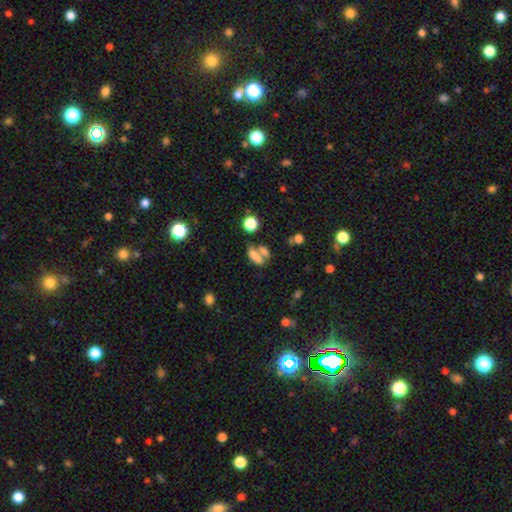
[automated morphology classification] smooth 71%, star or artifact 15%, featured or disk 15%. Down the decision tree: how rounded — in between (57%); merging — merger (42%).